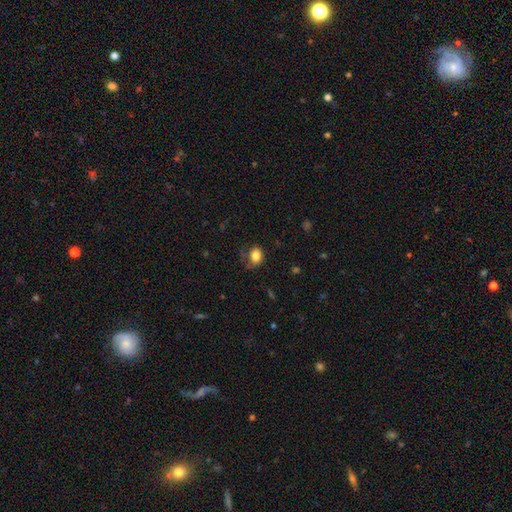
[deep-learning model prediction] A smooth galaxy with no disk features (82%) that is in between round and cigar-shaped (62%).

Vote fractions:
- Smooth or featured? smooth: 82% / star or artifact: 9% / featured or disk: 8%
- How rounded? in between: 62% / round: 37% / cigar-shaped: 1%
- Merging? none: 60% / minor disturbance: 25% / major disturbance: 13% / merger: 2%